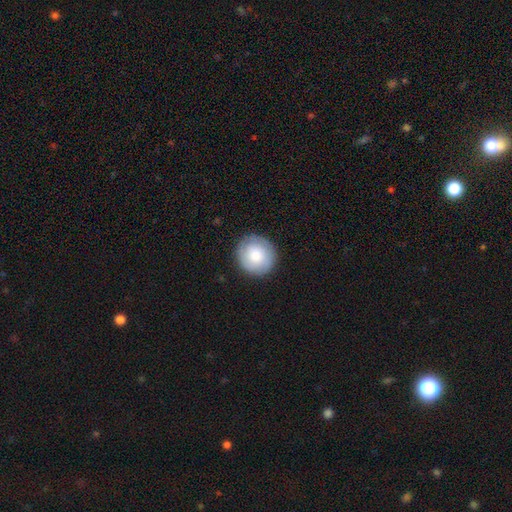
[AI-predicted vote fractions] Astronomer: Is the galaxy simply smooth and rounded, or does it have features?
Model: smooth — 71%.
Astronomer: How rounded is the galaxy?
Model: round — 93%.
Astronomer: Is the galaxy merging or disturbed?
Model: none — 87%.